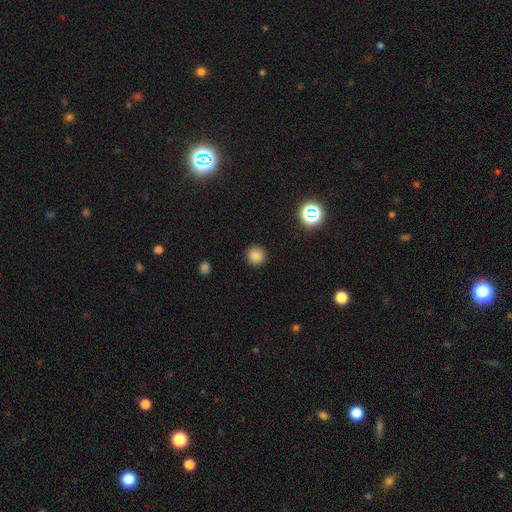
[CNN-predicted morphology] Smooth or featured?
  - smooth: 82% *
  - star or artifact: 14%
  - featured or disk: 4%
How rounded?
  - round: 94% *
  - in between: 5%
  - cigar-shaped: 1%
Merging?
  - none: 92% *
  - minor disturbance: 5%
  - major disturbance: 2%
  - merger: 1%